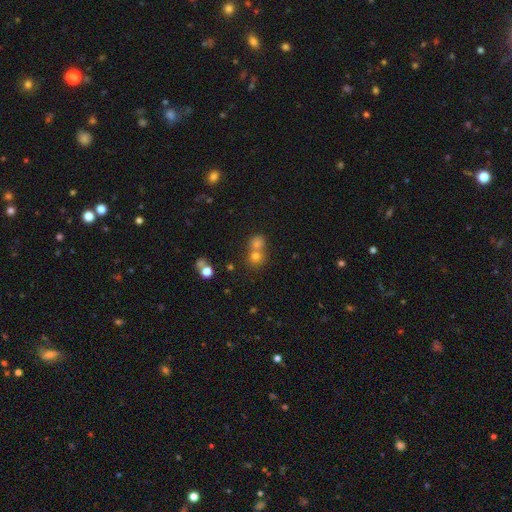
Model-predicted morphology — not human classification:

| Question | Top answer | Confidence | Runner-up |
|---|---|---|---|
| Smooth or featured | smooth | 66% | star or artifact (22%) |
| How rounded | round | 83% | in between (16%) |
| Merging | none | 46% | tied: merger (46%) |